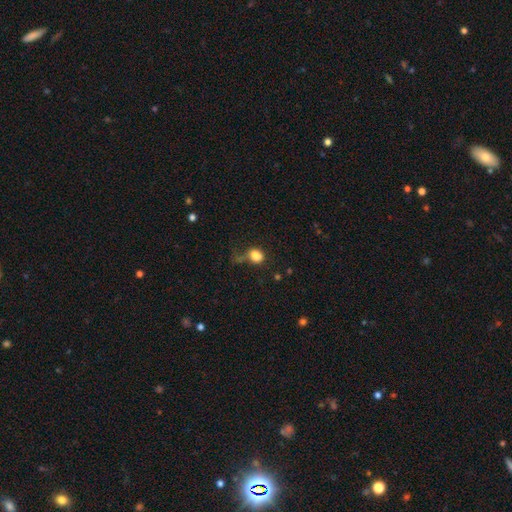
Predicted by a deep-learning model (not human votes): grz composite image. It shows a smooth galaxy with no disk features (81%) that is round (50%). Merging: none (39%).